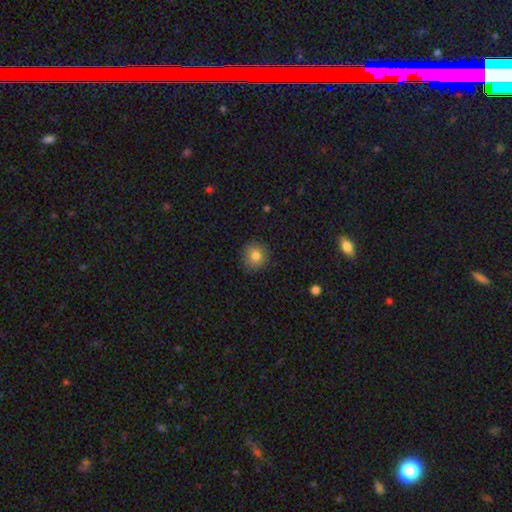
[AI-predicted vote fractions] This appears to be a smooth galaxy with no disk features (81%) that is round (93%). Merging: none (90%).